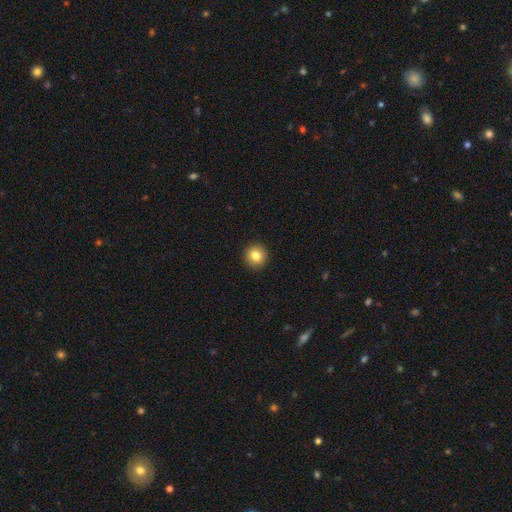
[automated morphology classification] A smooth galaxy with no disk features (82%) that is round (92%).

Vote fractions:
- Smooth or featured? smooth: 82% / star or artifact: 10% / featured or disk: 8%
- How rounded? round: 92% / in between: 7% / cigar-shaped: 1%
- Merging? none: 93% / minor disturbance: 5% / major disturbance: 2% / merger: 1%